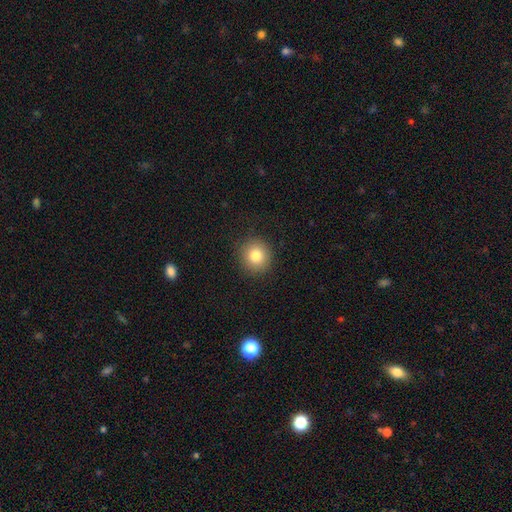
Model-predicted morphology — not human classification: Overall: smooth (81%). How rounded: round (92%). Merging: none (90%).